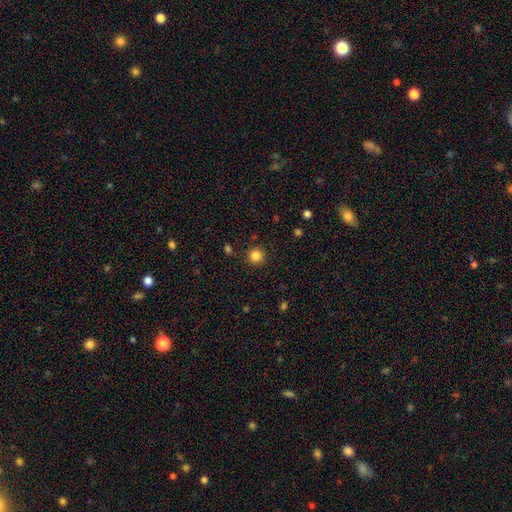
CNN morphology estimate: smooth_or_featured: smooth (p=0.84) [alt: star or artifact p=0.11]
how_rounded: round (p=0.95) [alt: in between p=0.05]
merging: none (p=0.90) [alt: minor disturbance p=0.06]